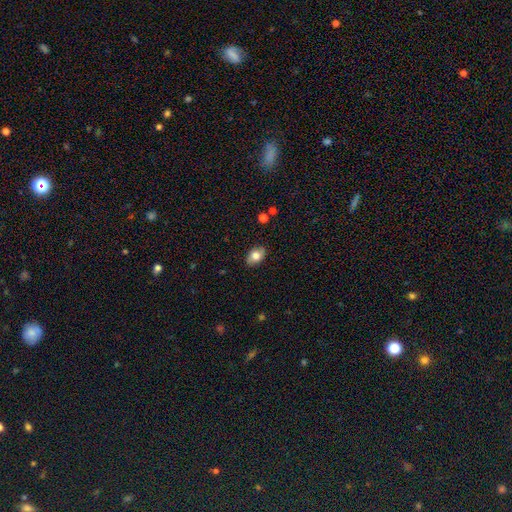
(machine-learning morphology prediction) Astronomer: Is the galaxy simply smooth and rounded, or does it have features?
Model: smooth — 76%.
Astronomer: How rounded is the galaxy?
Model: in between — 85%.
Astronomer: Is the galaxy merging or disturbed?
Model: none — 85%.